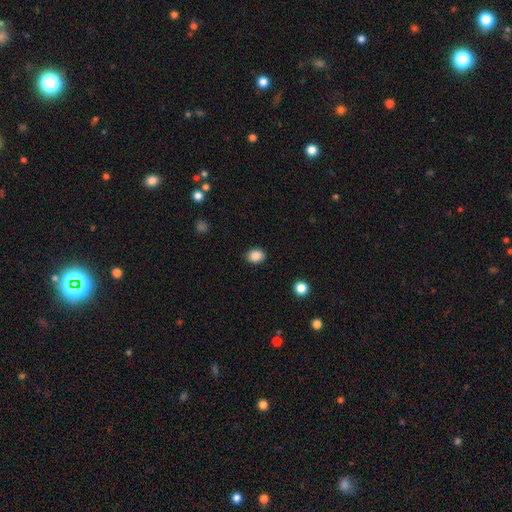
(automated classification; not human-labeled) This appears to be a smooth galaxy with no disk features (87%) that is in between round and cigar-shaped (53%). Merging: none (90%).